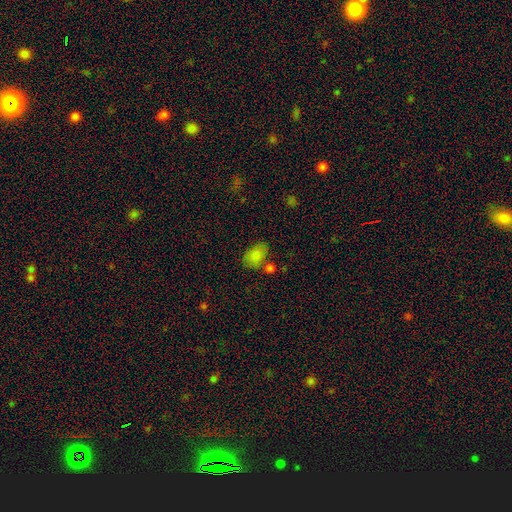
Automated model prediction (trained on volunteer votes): This is clearly a smooth galaxy (82%). How rounded: clearly in between (83%). Merging: possibly none (57%).